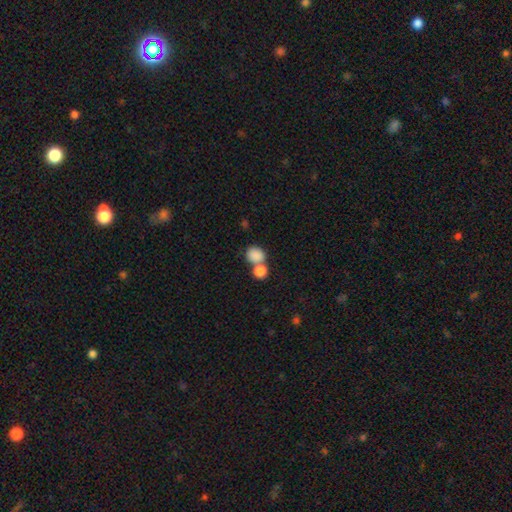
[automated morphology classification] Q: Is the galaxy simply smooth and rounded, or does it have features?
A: smooth — 85%.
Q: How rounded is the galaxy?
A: round — 60%.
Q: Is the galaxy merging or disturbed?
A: none — 47%.